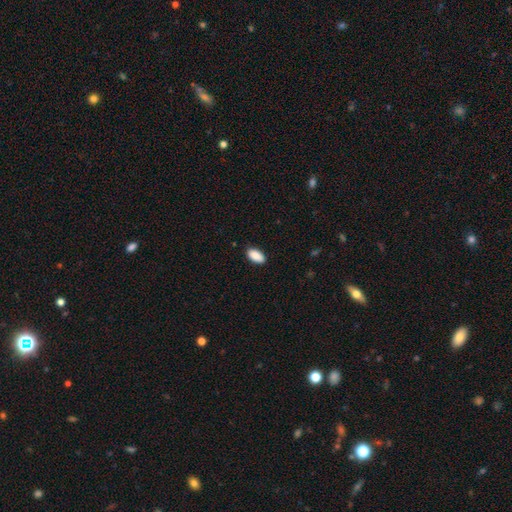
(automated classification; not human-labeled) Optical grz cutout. It shows a smooth galaxy with no disk features (90%) that is in between round and cigar-shaped (93%). Merging: none (86%).